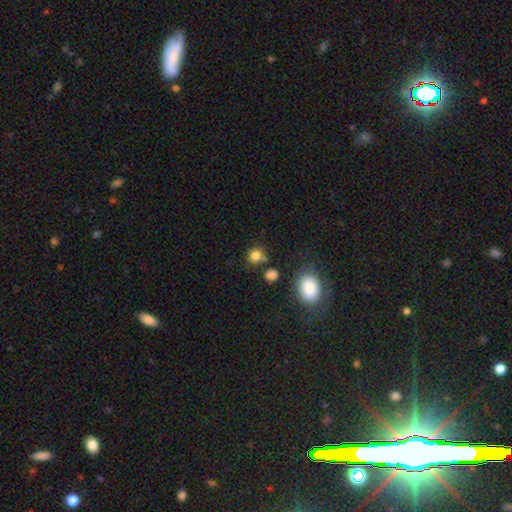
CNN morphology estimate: This is clearly a smooth galaxy (81%). How rounded: likely round (78%). Merging: likely none (68%).